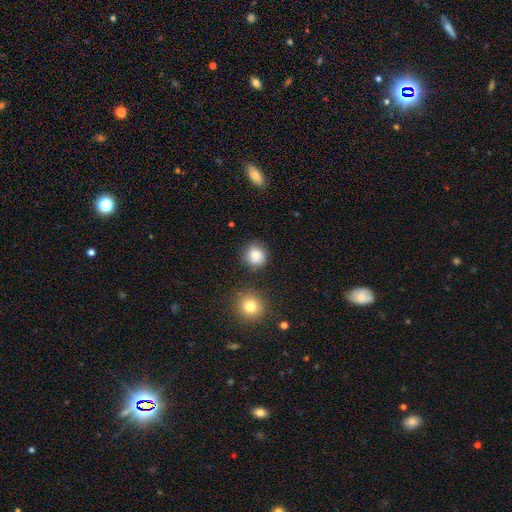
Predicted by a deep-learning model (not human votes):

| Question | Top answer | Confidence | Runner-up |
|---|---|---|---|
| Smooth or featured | smooth | 79% | featured or disk (11%) |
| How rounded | round | 85% | in between (14%) |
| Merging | none | 76% | minor disturbance (15%) |